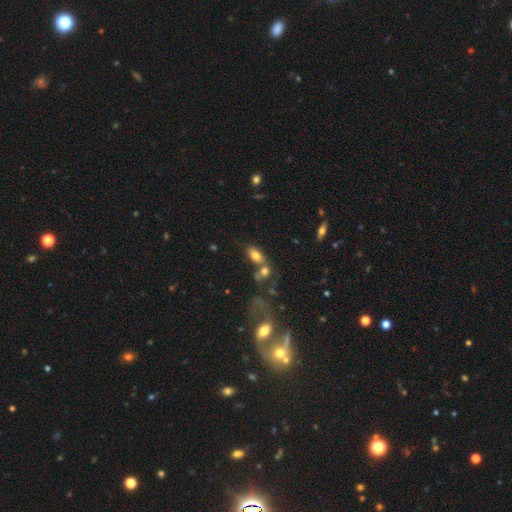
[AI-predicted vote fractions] Smooth or featured: smooth — 75% (featured or disk — 15%)
How rounded: in between — 88% (round — 8%)
Merging: none — 46% (merger — 36%)